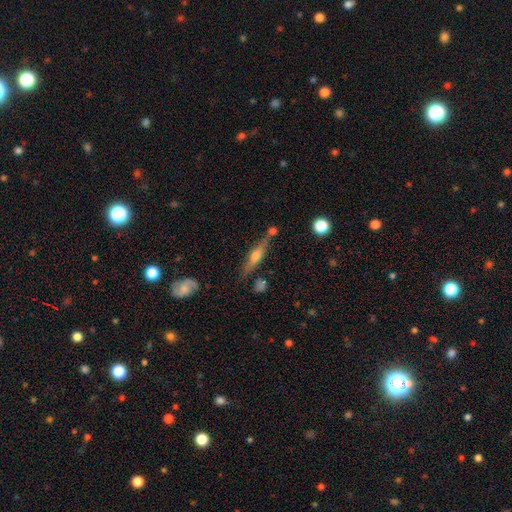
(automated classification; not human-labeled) This is possibly a featured or disk galaxy (60%). It is clearly viewed edge-on (91%). Edge-on bulge: clearly rounded (87%). Merging: likely none (73%).